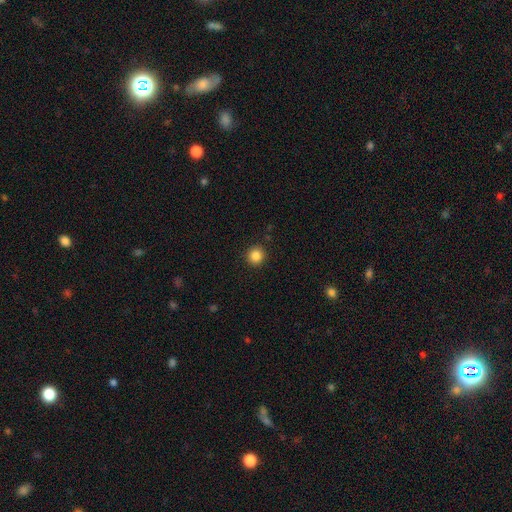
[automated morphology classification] The model was most divided on "smooth or featured": smooth: 86%, star or artifact: 11%, featured or disk: 4%. More confident: how rounded — round (93%); merging — none (91%).